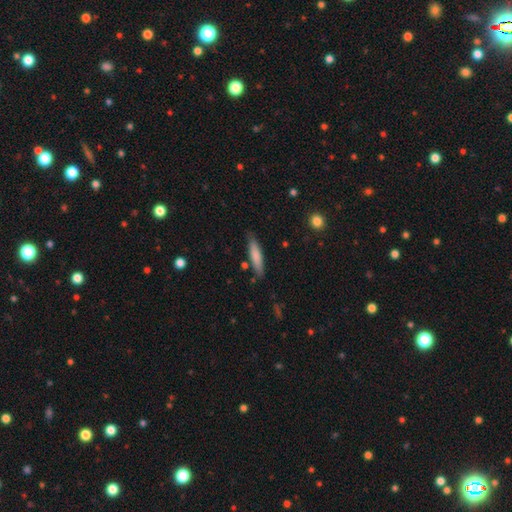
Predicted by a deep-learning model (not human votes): Overall: smooth (78%). How rounded: cigar-shaped (79%). Merging: none (81%).